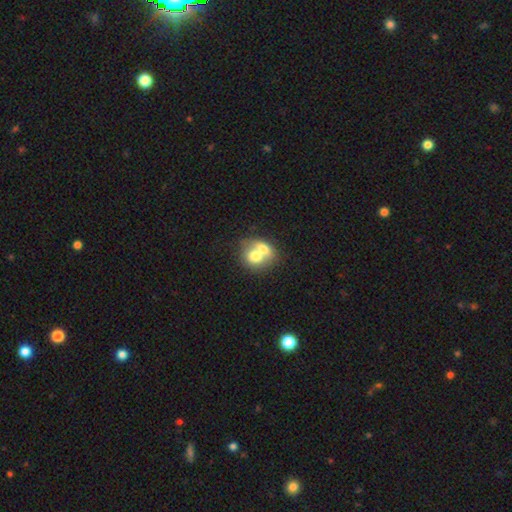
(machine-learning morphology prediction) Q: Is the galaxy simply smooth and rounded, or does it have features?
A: smooth — 68%.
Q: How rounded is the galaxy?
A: round — 62%.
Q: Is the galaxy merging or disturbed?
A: merger — 70%.